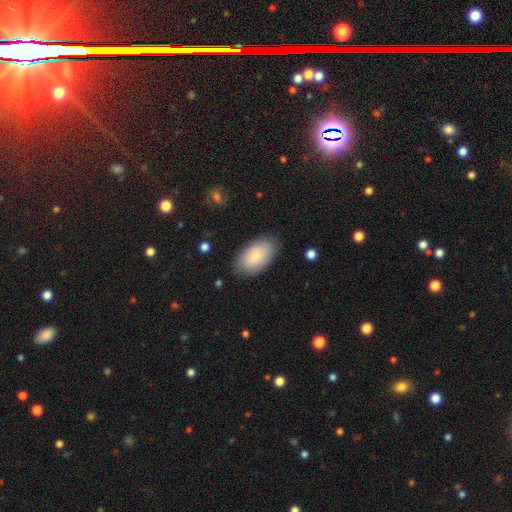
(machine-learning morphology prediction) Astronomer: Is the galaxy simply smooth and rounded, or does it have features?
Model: smooth — 78%.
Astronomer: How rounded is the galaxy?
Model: in between — 95%.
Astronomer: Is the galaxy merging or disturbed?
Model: none — 82%.